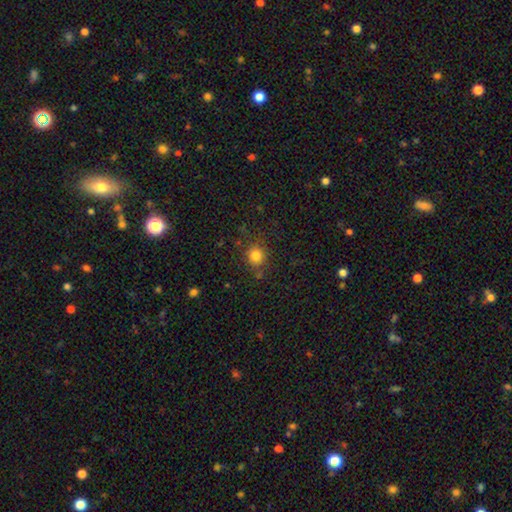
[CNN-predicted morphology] Smooth or featured? smooth (82%)
How rounded? round (88%)
Merging? none (80%)